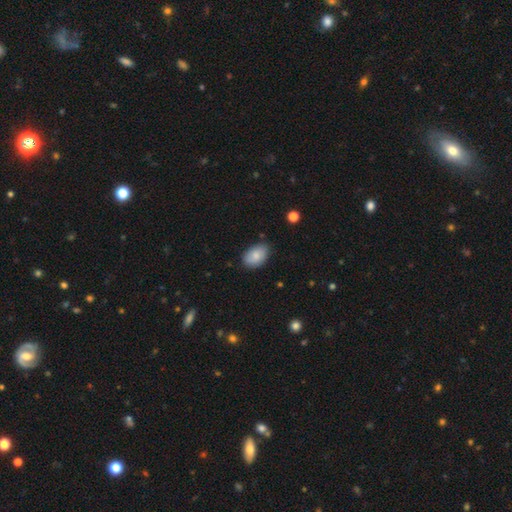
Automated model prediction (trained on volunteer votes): This appears to be a smooth galaxy with no disk features (83%) that is in between round and cigar-shaped (89%). Merging: none (80%).